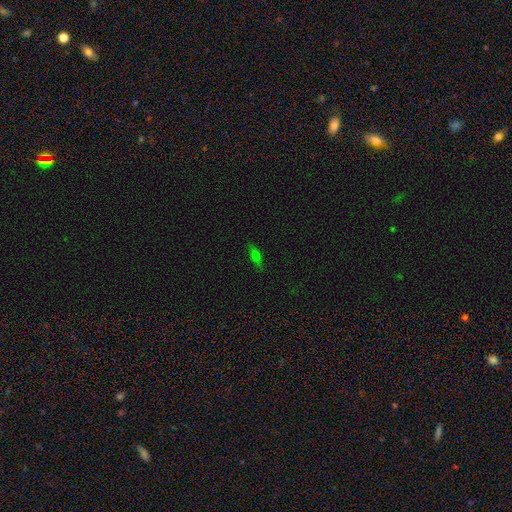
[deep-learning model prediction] A smooth galaxy with no disk features (55%) that is in between round and cigar-shaped (51%).

Vote fractions:
- Smooth or featured? smooth: 55% / featured or disk: 26% / star or artifact: 19%
- How rounded? in between: 51% / cigar-shaped: 43% / round: 6%
- Merging? none: 83% / minor disturbance: 13% / major disturbance: 3% / merger: 1%